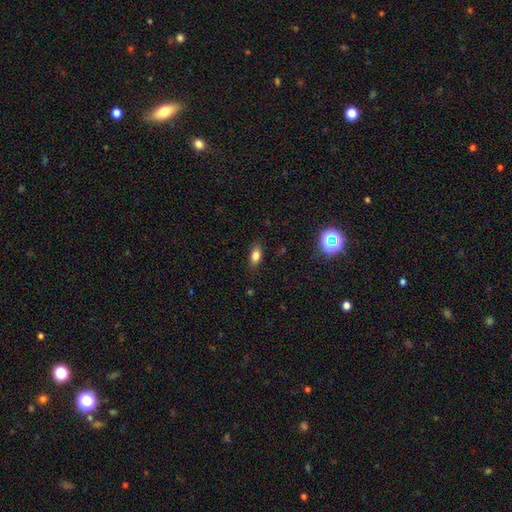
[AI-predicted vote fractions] The model was most divided on "smooth or featured": smooth: 80%, star or artifact: 11%, featured or disk: 9%. More confident: how rounded — in between (85%); merging — none (85%).